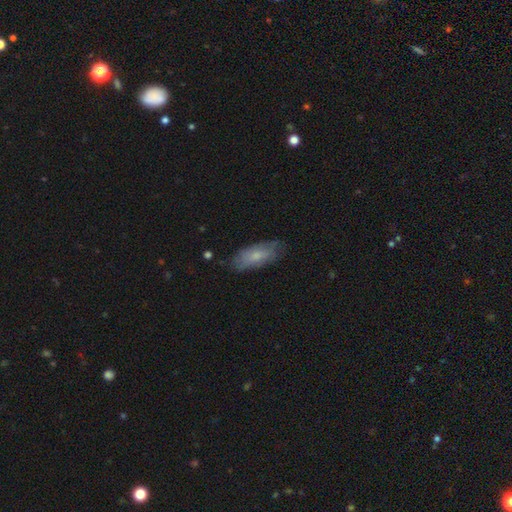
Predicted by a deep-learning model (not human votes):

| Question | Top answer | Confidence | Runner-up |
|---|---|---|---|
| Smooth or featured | smooth | 66% | featured or disk (28%) |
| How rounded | in between | 78% | cigar-shaped (20%) |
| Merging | none | 70% | minor disturbance (23%) |